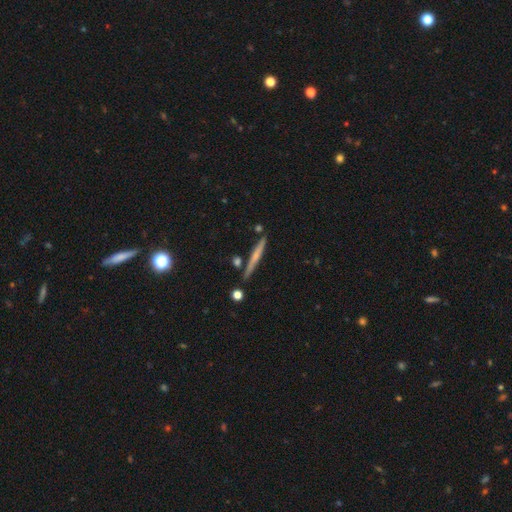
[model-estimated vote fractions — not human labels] Overall: featured or disk (52%; smooth 41%). Edge-on disk: yes (96%). Merging: none (81%).